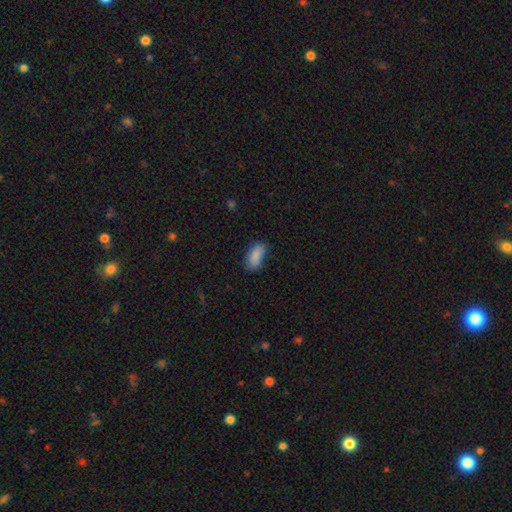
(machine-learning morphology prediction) smooth-or-featured: smooth: 86% | star or artifact: 7% | featured or disk: 6%
  how-rounded: in between: 87% | cigar-shaped: 10% | round: 3%
  merging: none: 68% | minor disturbance: 25% | major disturbance: 6% | merger: 2%